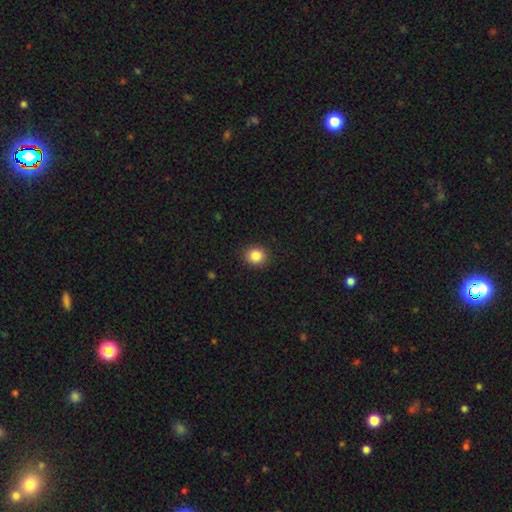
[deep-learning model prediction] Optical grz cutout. It shows a smooth galaxy with no disk features (86%) that is round (85%). Merging: none (91%).